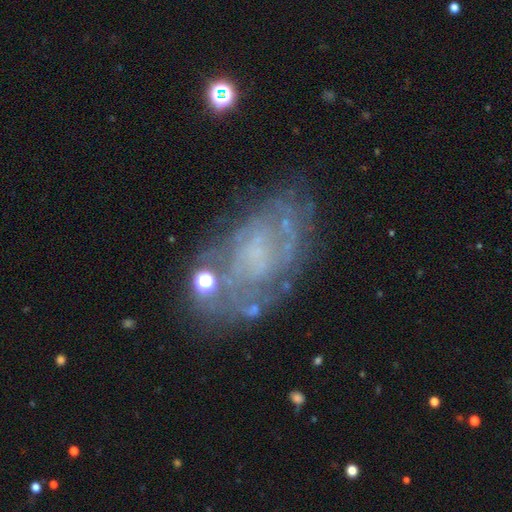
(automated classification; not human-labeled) featured or disk 72%, smooth 17%, star or artifact 11%. Down the decision tree: edge-on disk — no (95%); bar — no (70%); spiral arms — yes (66%); bulge size — none (57%); merging — none (63%).